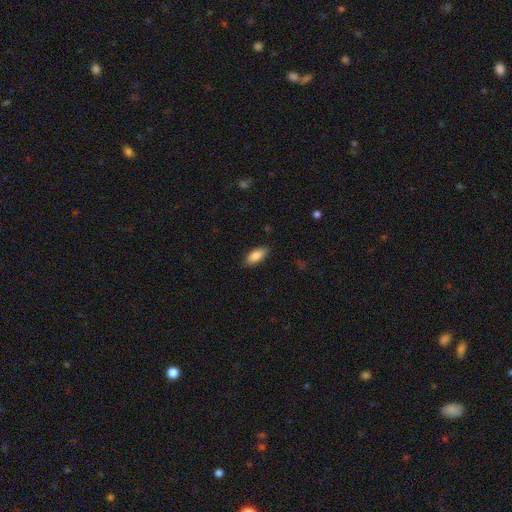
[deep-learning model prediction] A smooth galaxy with no disk features (85%) that is in between round and cigar-shaped (83%).

Vote fractions:
- Smooth or featured? smooth: 85% / featured or disk: 9% / star or artifact: 6%
- How rounded? in between: 83% / cigar-shaped: 15% / round: 2%
- Merging? none: 85% / minor disturbance: 12% / major disturbance: 2% / merger: 1%